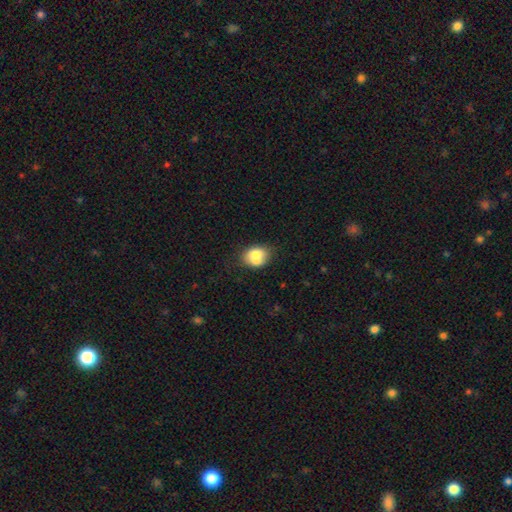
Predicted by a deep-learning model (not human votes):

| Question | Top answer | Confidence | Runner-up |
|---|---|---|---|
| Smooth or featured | smooth | 71% | featured or disk (20%) |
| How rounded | in between | 58% | round (41%) |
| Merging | none | 41% | merger (38%) |